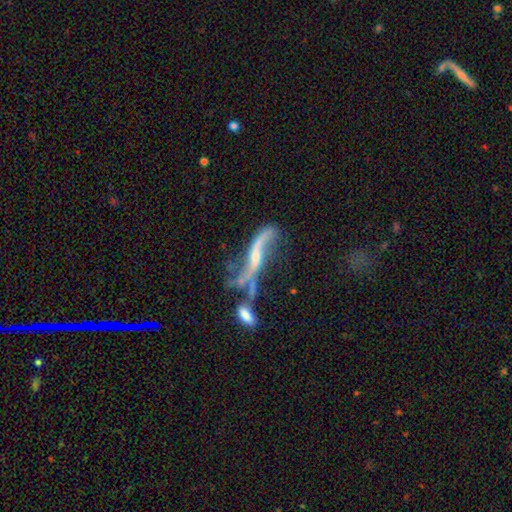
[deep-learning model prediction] smooth_or_featured: featured or disk (p=0.80) [alt: smooth p=0.11]
disk_edge_on: no (p=0.75) [alt: yes p=0.25]
bar: no (p=0.47) [alt: weak p=0.34]
has_spiral_arms: yes (p=0.84) [alt: no p=0.16]
spiral_winding: loose (p=0.92) [alt: medium p=0.05]
spiral_arm_count: 2 (p=0.86) [alt: 1 p=0.06]
bulge_size: small (p=0.50) [alt: moderate p=0.29]
merging: merger (p=0.34) [alt: none p=0.29]